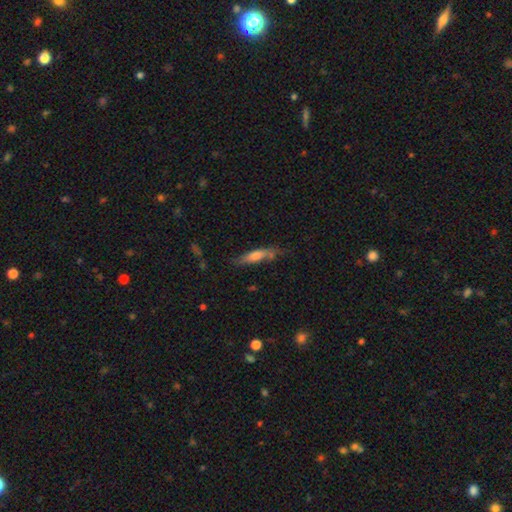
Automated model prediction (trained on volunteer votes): This is possibly a smooth galaxy (51%). How rounded: likely cigar-shaped (80%). Merging: likely none (66%).